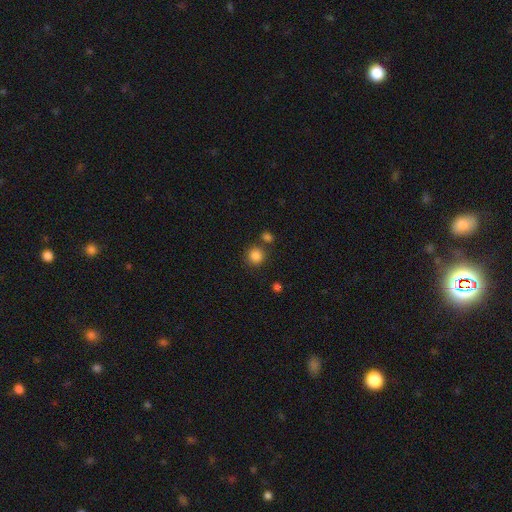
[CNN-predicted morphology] A smooth galaxy with no disk features (85%) that is round (91%). Merging: none (77%).